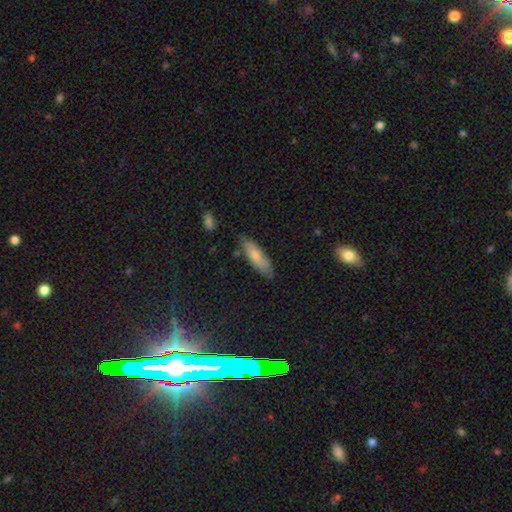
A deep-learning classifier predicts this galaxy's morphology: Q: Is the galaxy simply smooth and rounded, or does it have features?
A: smooth — 76%.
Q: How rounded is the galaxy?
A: in between — 50%.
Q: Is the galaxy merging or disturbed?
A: none — 71%.